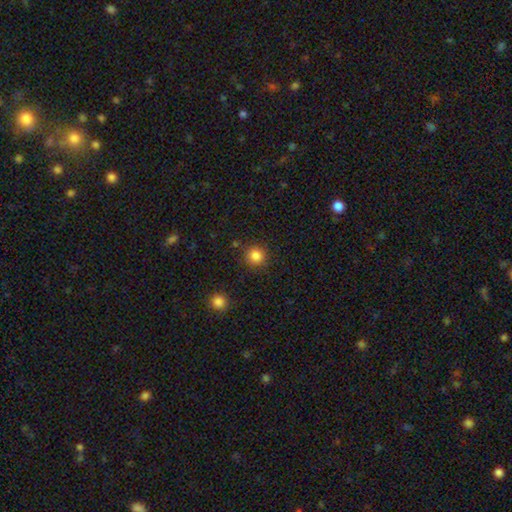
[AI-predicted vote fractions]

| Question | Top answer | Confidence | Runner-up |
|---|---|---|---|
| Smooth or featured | smooth | 85% | star or artifact (11%) |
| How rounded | round | 93% | in between (6%) |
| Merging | none | 87% | minor disturbance (7%) |